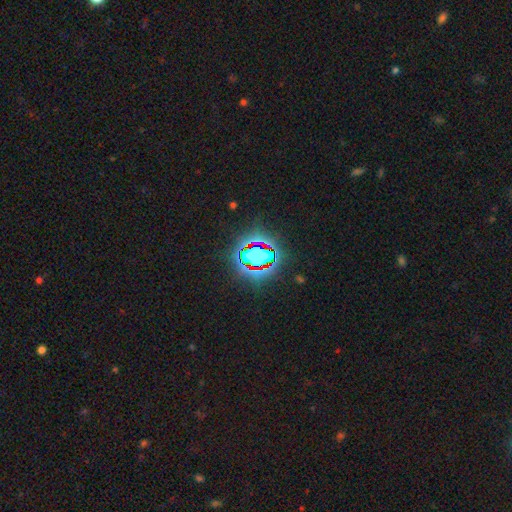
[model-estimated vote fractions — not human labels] A star or artifact, not a galaxy (65%).